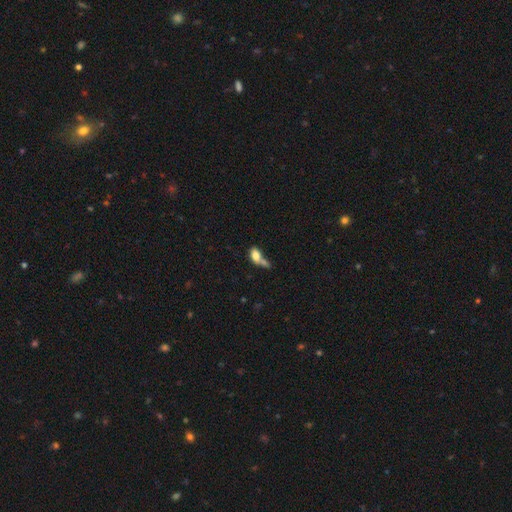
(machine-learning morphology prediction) This is likely a smooth galaxy (74%). How rounded: likely in between (79%). Merging: possibly merger (54%).